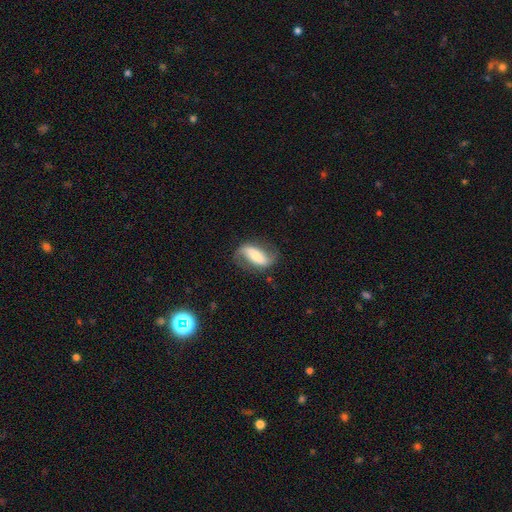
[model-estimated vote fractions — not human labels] Morphology: type=featured or disk (69%); edge-on=no (92%); bar=strong (51%); spiral arms=yes (89%); winding=loose (65%); arm count=2 (88%); bulge=moderate (38%, tied with small); merging=none (72%).